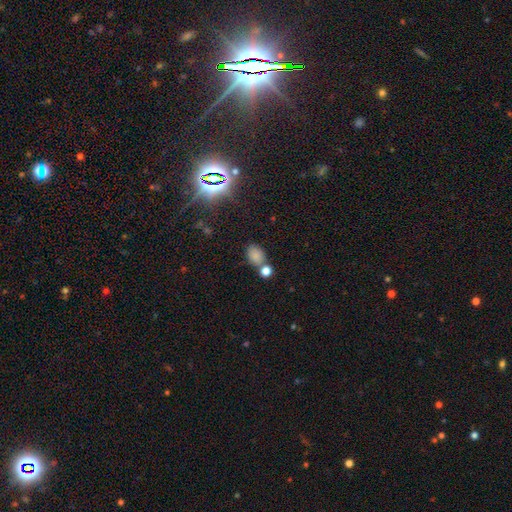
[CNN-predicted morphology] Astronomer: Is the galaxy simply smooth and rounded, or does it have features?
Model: smooth — 79%.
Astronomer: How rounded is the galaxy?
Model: in between — 73%.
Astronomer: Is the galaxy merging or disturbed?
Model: none — 60%.